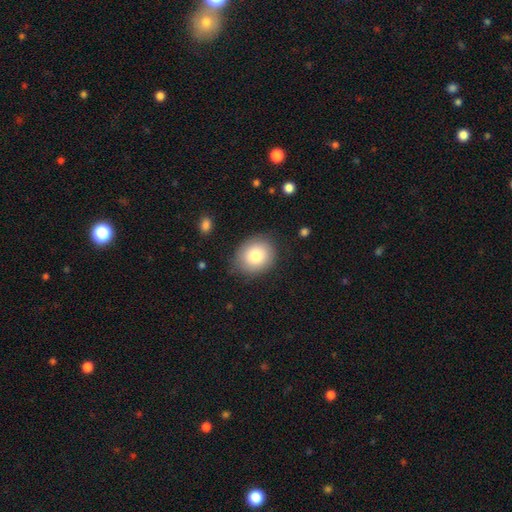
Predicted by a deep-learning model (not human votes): Overall: smooth (80%). How rounded: round (68%; in between 31%). Merging: none (81%).